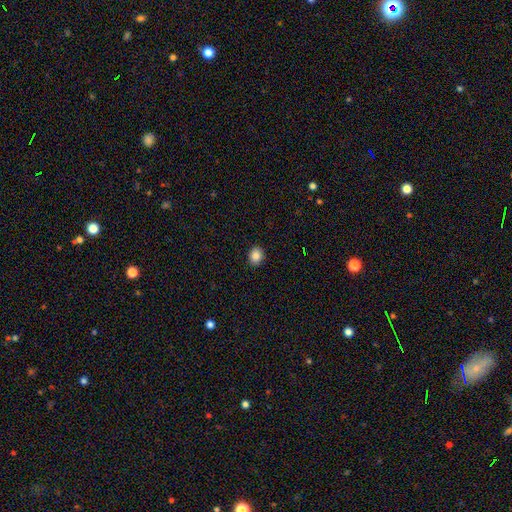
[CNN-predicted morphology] Smooth or featured? smooth (86%)
How rounded? round (69%)
Merging? none (90%)